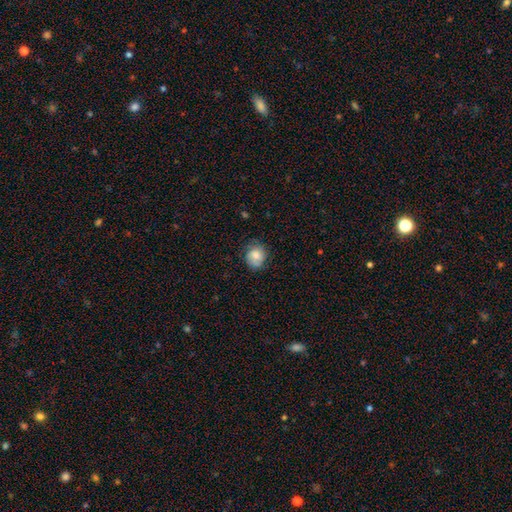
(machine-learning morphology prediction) Smooth or featured?
  - smooth: 70% *
  - featured or disk: 21%
  - star or artifact: 8%
How rounded?
  - round: 69% *
  - in between: 30%
  - cigar-shaped: 1%
Merging?
  - none: 70% *
  - minor disturbance: 23%
  - major disturbance: 6%
  - merger: 1%